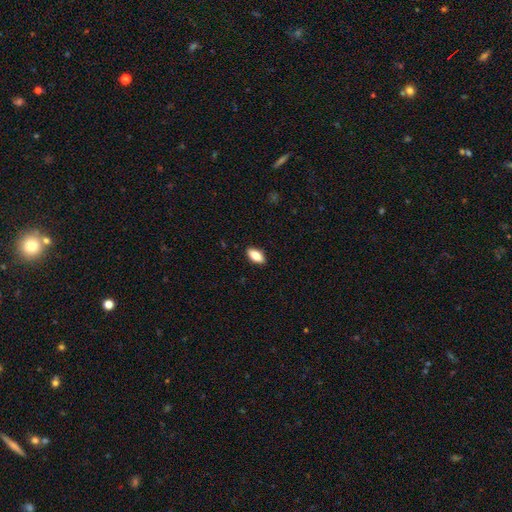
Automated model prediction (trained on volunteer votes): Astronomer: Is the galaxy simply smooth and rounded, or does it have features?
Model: smooth — 81%.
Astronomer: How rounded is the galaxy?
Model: in between — 90%.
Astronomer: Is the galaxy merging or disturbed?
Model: none — 89%.